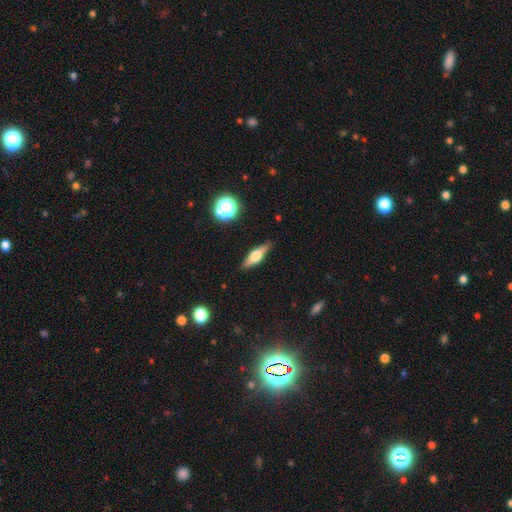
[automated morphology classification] type=featured or disk (50%); edge-on=yes (92%); merging=none (87%).